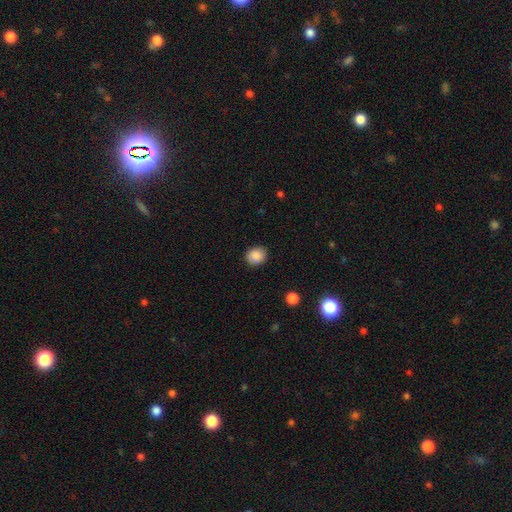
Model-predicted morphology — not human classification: Overall: smooth (88%). How rounded: round (68%; in between 31%). Merging: none (89%).